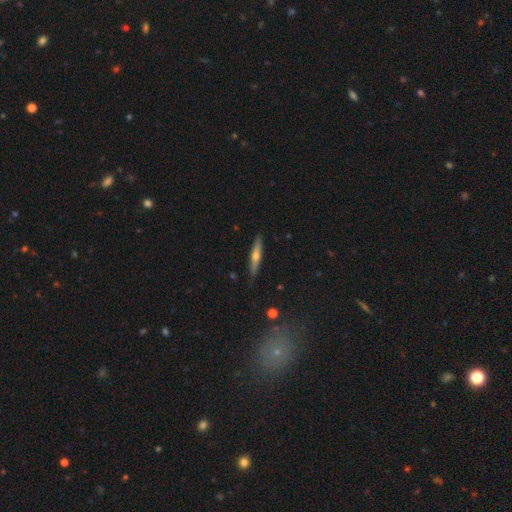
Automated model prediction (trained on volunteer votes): Smooth or featured? featured or disk (53%)
Edge-on disk? yes (94%)
Merging? none (88%)